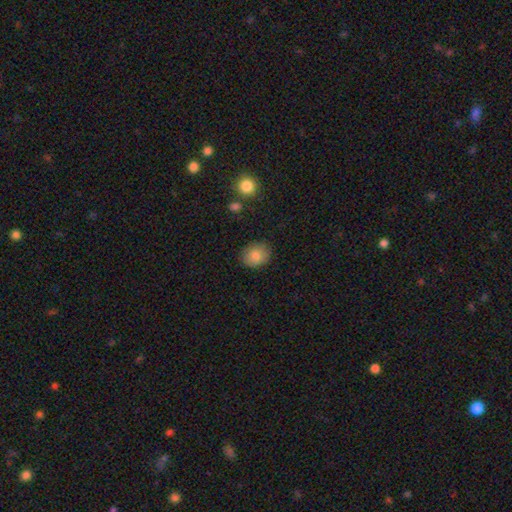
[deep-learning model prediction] smooth-or-featured: smooth: 82% | featured or disk: 9% | star or artifact: 8%
  how-rounded: round: 61% | in between: 39% | cigar-shaped: 1%
  merging: none: 86% | minor disturbance: 10% | major disturbance: 3% | merger: 2%